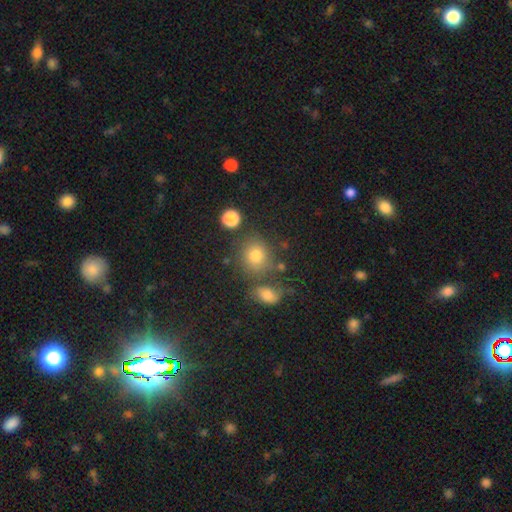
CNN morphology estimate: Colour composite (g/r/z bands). It shows a smooth galaxy with no disk features (76%) that is round (74%). Merging: none (68%).